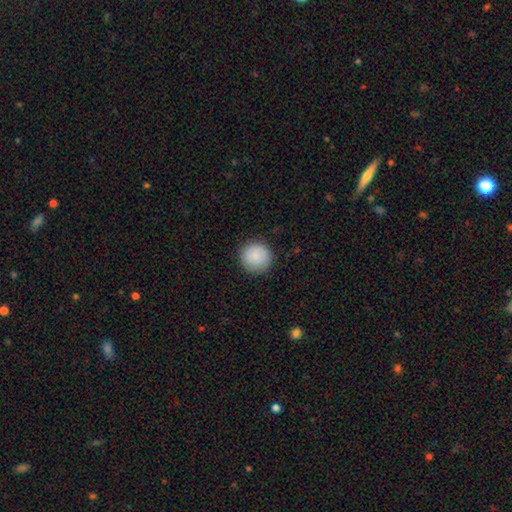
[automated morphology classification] This is clearly a smooth galaxy (88%). How rounded: clearly round (95%). Merging: clearly none (89%).